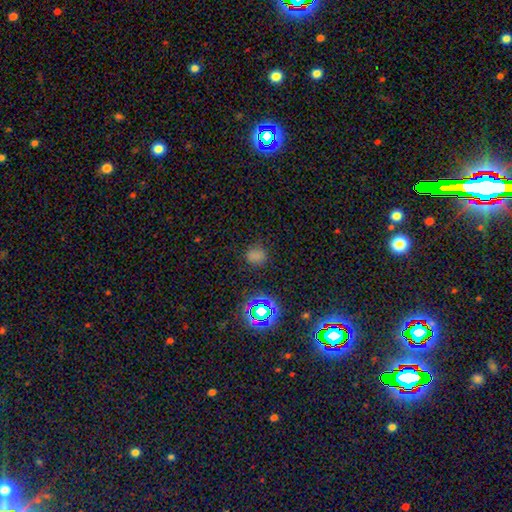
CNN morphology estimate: The model was most divided on "how rounded": round: 66%, in between: 33%, cigar-shaped: 1%. More confident: merging — none (80%); smooth or featured — smooth (66%).